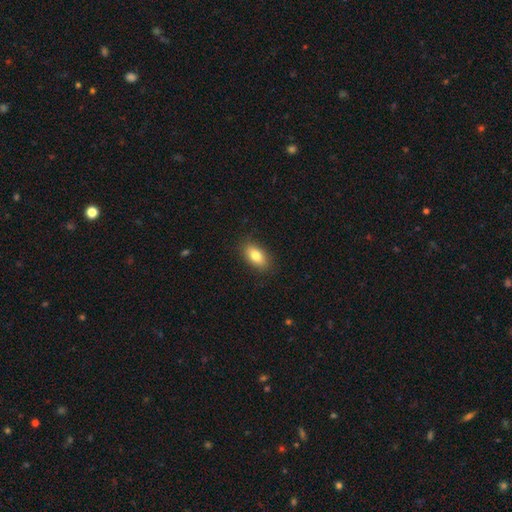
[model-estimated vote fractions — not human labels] Smooth or featured? smooth (80%)
How rounded? in between (88%)
Merging? none (87%)